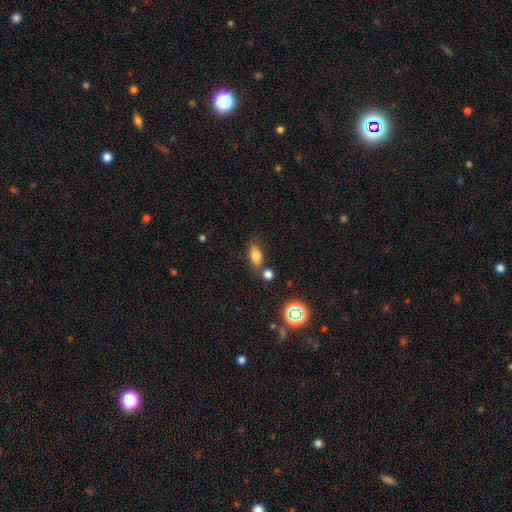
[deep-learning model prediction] Smooth or featured: smooth — 76% (star or artifact — 13%)
How rounded: in between — 81% (cigar-shaped — 10%)
Merging: none — 66% (merger — 15%)